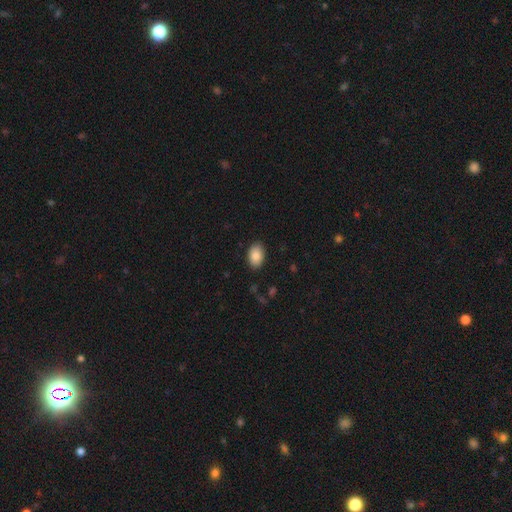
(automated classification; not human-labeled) smooth_or_featured: smooth (p=0.87) [alt: star or artifact p=0.07]
how_rounded: in between (p=0.89) [alt: round p=0.10]
merging: none (p=0.88) [alt: minor disturbance p=0.09]